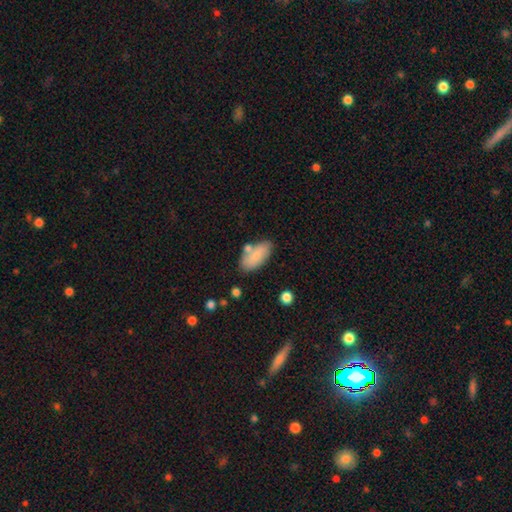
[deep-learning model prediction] The model was most divided on "merging": none: 68%, minor disturbance: 17%, merger: 12%, major disturbance: 4%. More confident: how rounded — in between (90%); smooth or featured — smooth (80%).